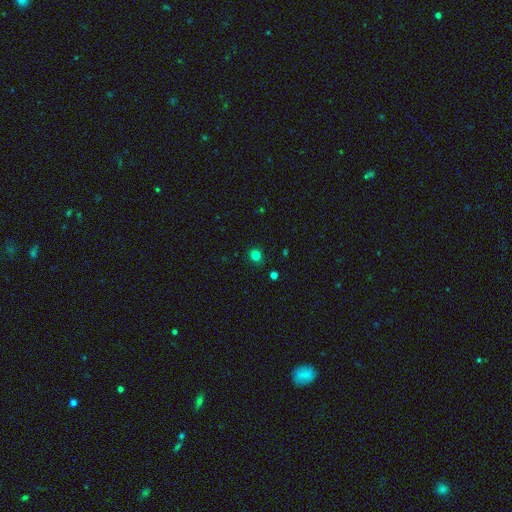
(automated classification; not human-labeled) smooth_or_featured: smooth (p=0.80) [alt: star or artifact p=0.16]
how_rounded: round (p=0.82) [alt: in between p=0.17]
merging: none (p=0.88) [alt: minor disturbance p=0.08]